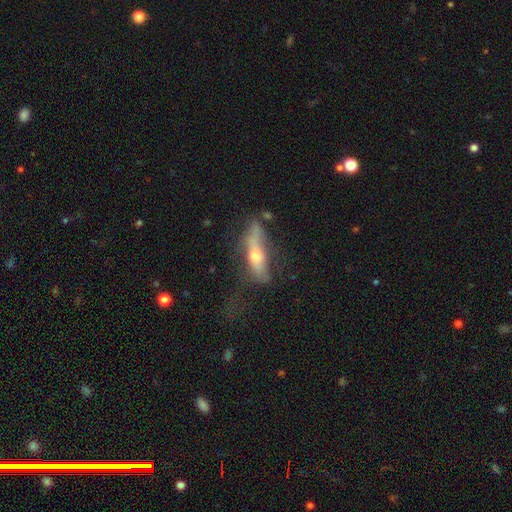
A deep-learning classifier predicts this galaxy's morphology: Smooth or featured: featured or disk — 48% (smooth — 44%)
Merging: none — 40% (major disturbance — 28%)